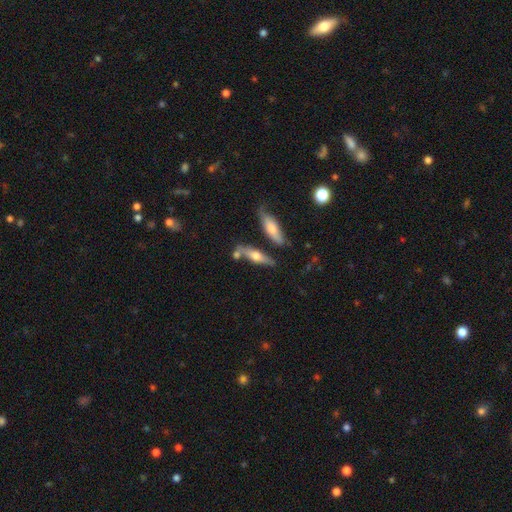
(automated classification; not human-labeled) This is possibly a smooth galaxy (47%). Merging: likely none (64%).